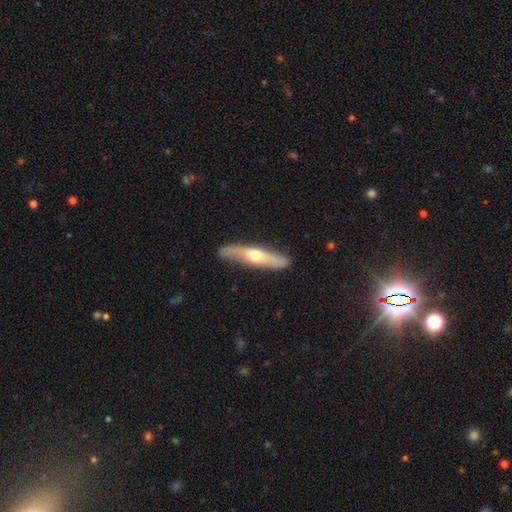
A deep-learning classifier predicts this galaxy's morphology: This appears to be a featured or disk galaxy (53%) viewed edge-on (80%). Merging: none (84%).